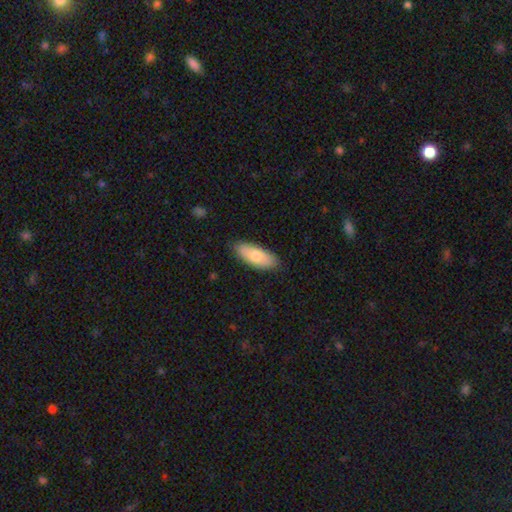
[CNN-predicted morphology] This appears to be a smooth galaxy with no disk features (76%) that is in between round and cigar-shaped (81%). Merging: none (86%).